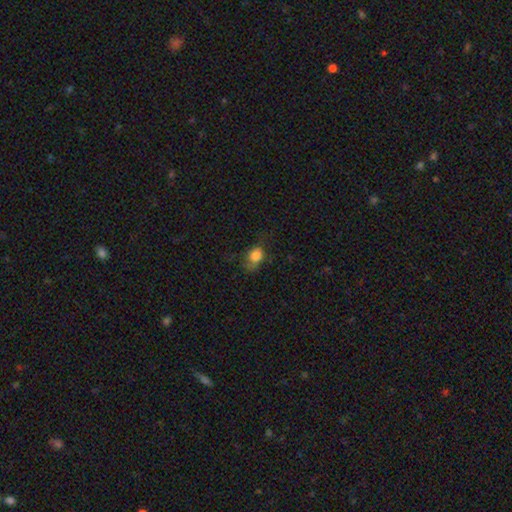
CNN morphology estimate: Overall: smooth (82%). How rounded: in between (58%; round 40%). Merging: none (50%; minor disturbance 31%).